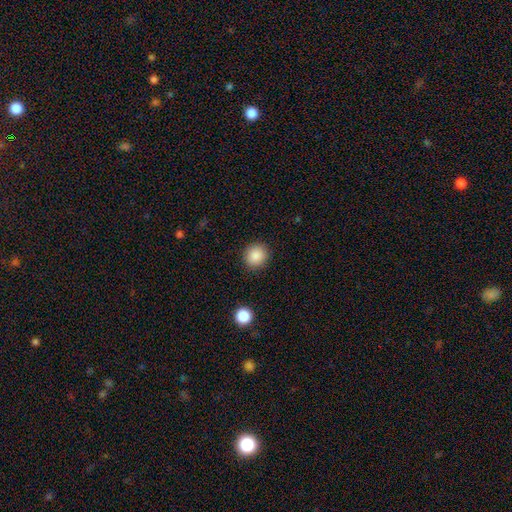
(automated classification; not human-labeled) This is clearly a smooth galaxy (87%). How rounded: clearly round (88%). Merging: clearly none (90%).